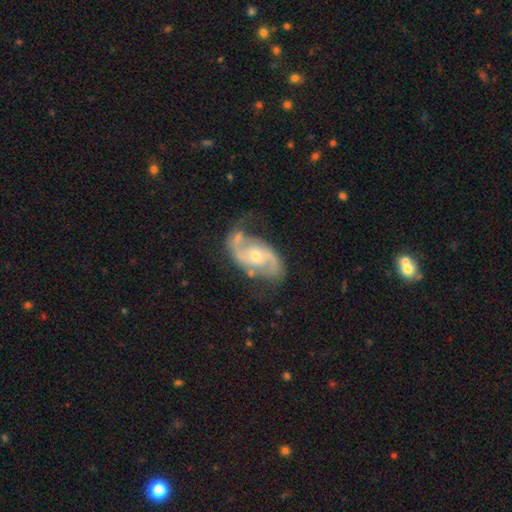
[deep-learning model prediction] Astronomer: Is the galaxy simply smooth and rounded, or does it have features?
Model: featured or disk — 87%.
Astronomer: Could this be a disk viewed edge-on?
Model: no — 97%.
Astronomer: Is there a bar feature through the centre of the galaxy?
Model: no — 58%.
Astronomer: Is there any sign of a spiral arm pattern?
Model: yes — 95%.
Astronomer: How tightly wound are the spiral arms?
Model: medium — 48% (runner-up: loose, 31%).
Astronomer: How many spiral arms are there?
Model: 2 — 89%.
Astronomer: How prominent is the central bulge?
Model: small — 49% (runner-up: moderate, 48%).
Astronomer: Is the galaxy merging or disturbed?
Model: none — 62%.